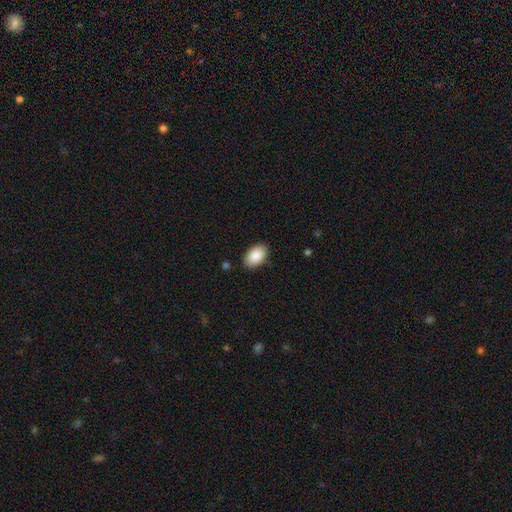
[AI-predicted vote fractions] Smooth or featured?
  - smooth: 88% *
  - star or artifact: 6%
  - featured or disk: 6%
How rounded?
  - in between: 92% *
  - round: 7%
  - cigar-shaped: 1%
Merging?
  - none: 87% *
  - minor disturbance: 9%
  - major disturbance: 2%
  - merger: 1%